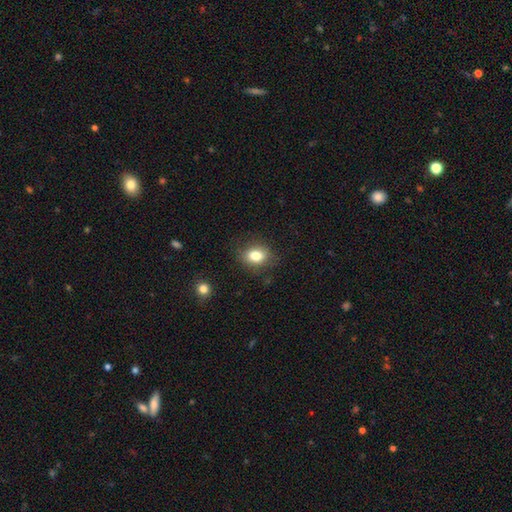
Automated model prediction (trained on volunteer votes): smooth-or-featured: smooth: 82% | star or artifact: 10% | featured or disk: 8%
  how-rounded: in between: 58% | round: 41% | cigar-shaped: 1%
  merging: none: 82% | minor disturbance: 13% | major disturbance: 4% | merger: 1%